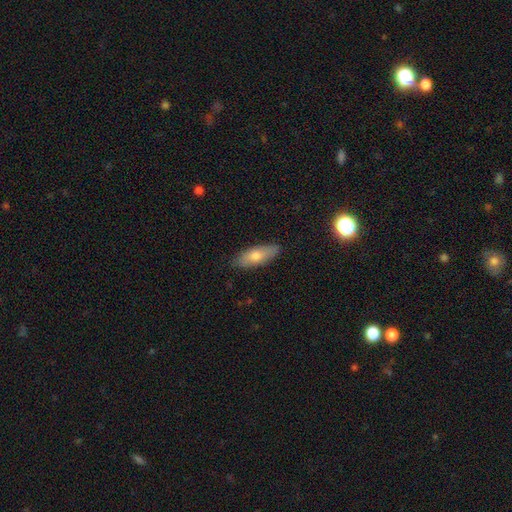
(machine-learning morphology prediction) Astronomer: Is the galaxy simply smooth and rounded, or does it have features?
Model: smooth — 68%.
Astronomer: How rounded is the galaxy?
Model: in between — 65%.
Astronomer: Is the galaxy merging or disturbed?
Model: none — 86%.